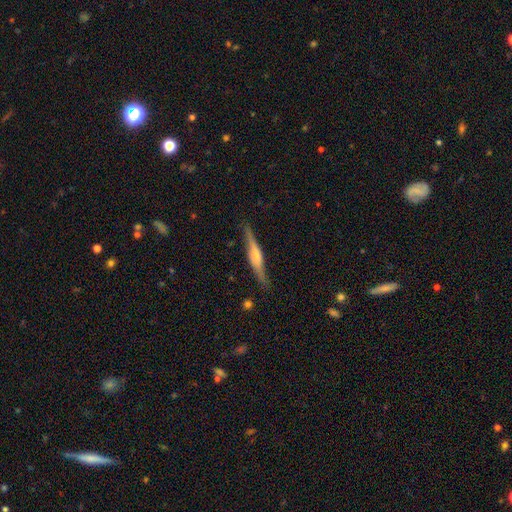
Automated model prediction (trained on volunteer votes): Overall: featured or disk (67%; smooth 27%). Edge-on disk: yes (96%). Edge-on bulge: rounded (72%). Merging: none (86%).